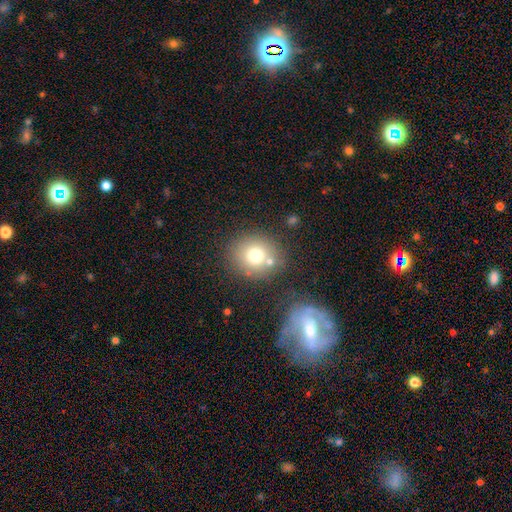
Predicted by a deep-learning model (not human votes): Overall: smooth (74%). How rounded: round (81%). Merging: none (73%).